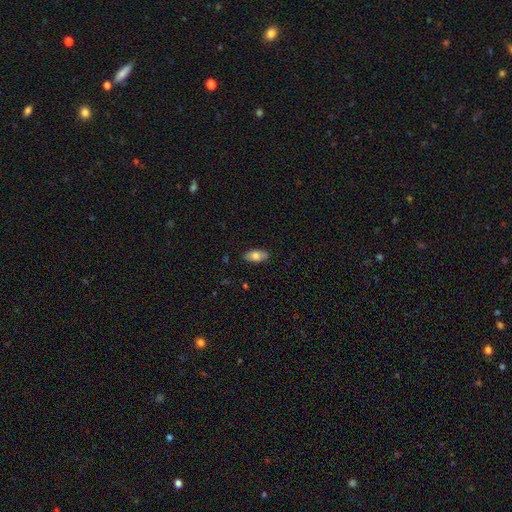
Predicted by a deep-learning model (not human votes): Smooth or featured? Predicted: smooth (p=0.74). How rounded? Predicted: in between (p=0.91). Merging? Predicted: none (p=0.86).